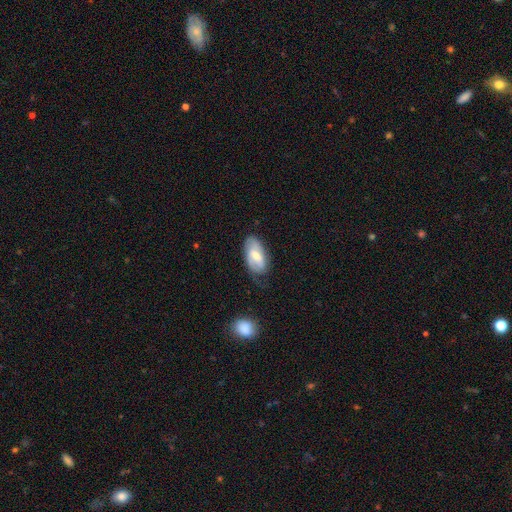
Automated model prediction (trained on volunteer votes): Smooth or featured? smooth (51%)
How rounded? in between (92%)
Merging? none (60%)